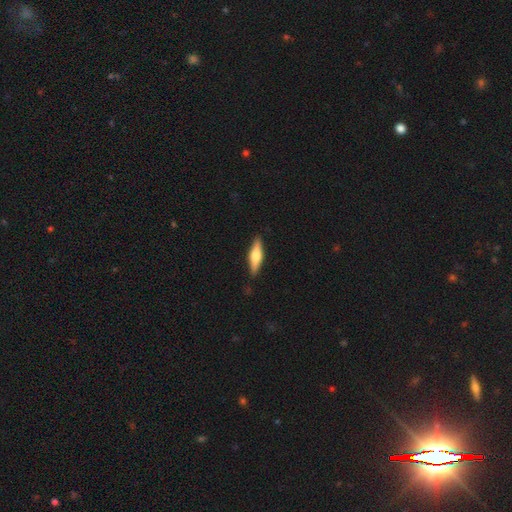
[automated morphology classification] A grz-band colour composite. It shows a featured or disk galaxy (49%). Merging: none (88%).